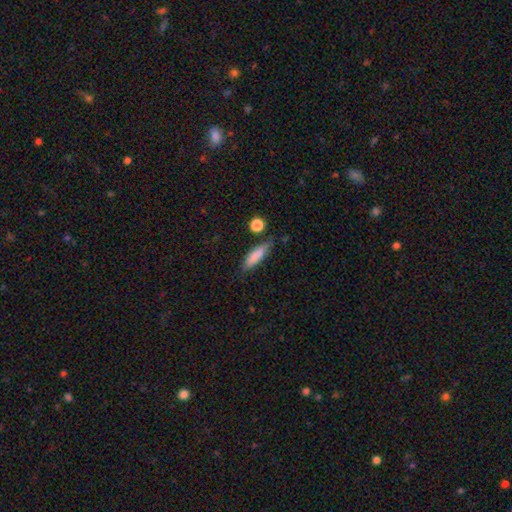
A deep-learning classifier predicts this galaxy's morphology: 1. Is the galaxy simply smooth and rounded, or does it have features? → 81% smooth, 12% featured or disk, 7% star or artifact.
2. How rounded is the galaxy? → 57% cigar-shaped, 40% in between, 2% round.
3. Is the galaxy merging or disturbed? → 66% none, 23% minor disturbance, 6% major disturbance, 6% merger.